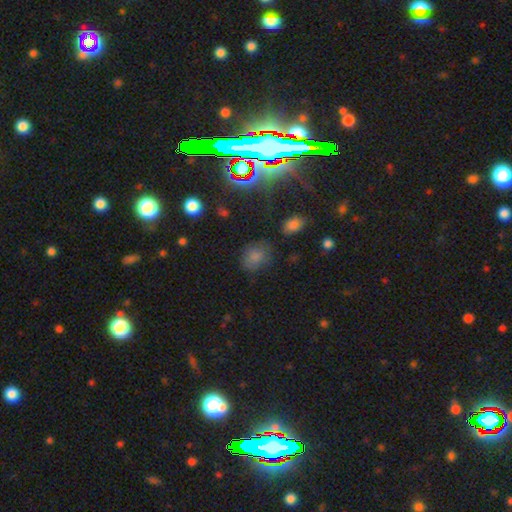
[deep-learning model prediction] Overall: smooth (60%; star or artifact 31%). How rounded: round (49%, tied with in between). Merging: none (76%).